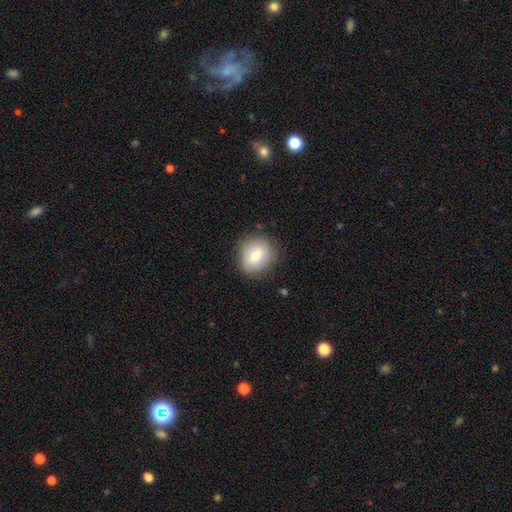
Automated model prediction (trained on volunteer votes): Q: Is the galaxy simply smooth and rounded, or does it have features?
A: smooth — 76%.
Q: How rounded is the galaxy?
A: round — 78%.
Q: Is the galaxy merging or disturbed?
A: none — 83%.